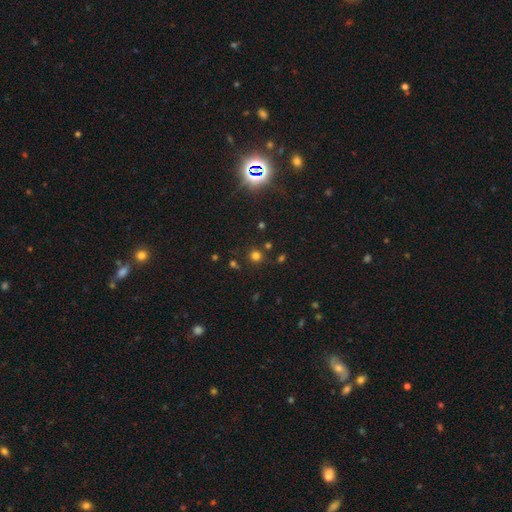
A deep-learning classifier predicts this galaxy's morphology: Smooth or featured? smooth (67%)
How rounded? round (92%)
Merging? none (83%)